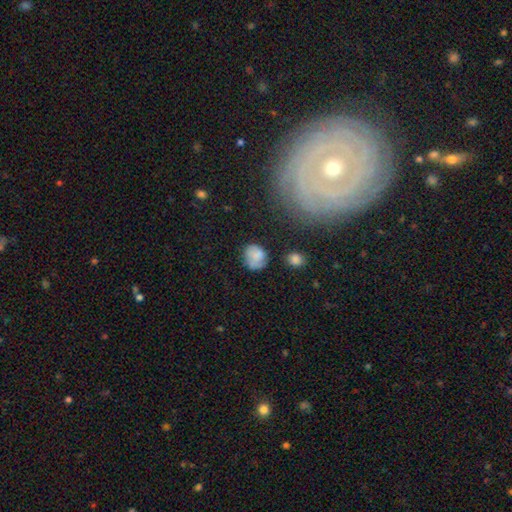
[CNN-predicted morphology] A smooth galaxy with no disk features (69%) that is round (59%). Merging: none (60%).